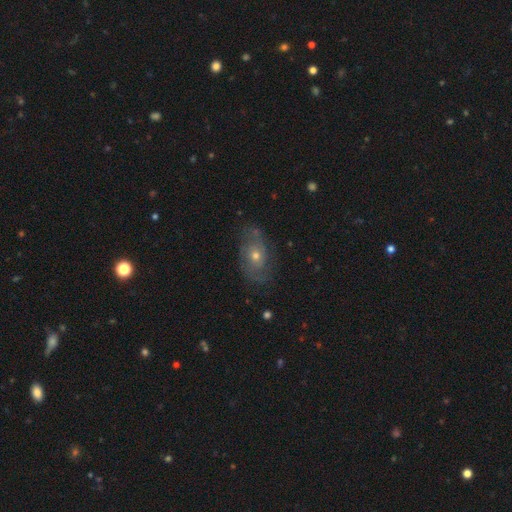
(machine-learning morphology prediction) Smooth or featured: featured or disk — 72% (smooth — 19%)
Edge-on disk: no — 94% (yes — 6%)
Bar: no — 78% (weak — 18%)
Spiral arms: yes — 86% (no — 14%)
Spiral winding: medium — 44% (tight — 34%)
Spiral arm count: 2 — 69% (can't tell — 18%)
Bulge size: moderate — 50% (small — 45%)
Merging: none — 72% (minor disturbance — 18%)